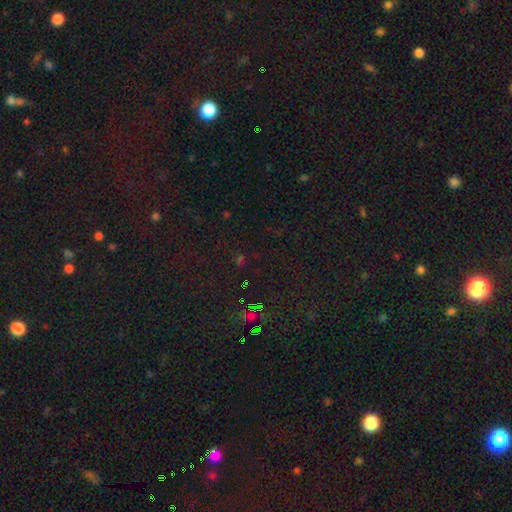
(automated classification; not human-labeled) Smooth or featured?
  - star or artifact: 68% *
  - smooth: 23%
  - featured or disk: 8%